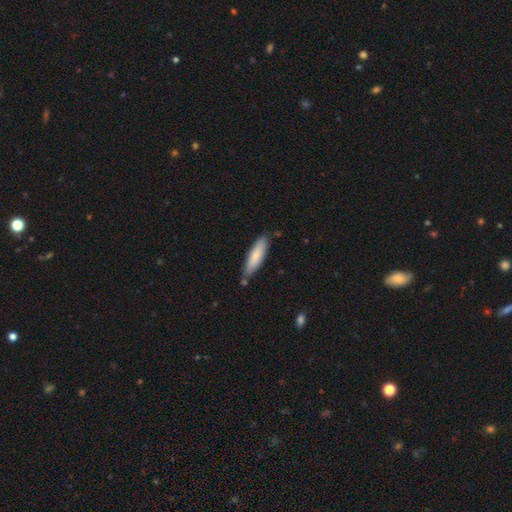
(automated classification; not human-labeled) The model was most divided on "how rounded": cigar-shaped: 67%, in between: 32%, round: 1%. More confident: smooth or featured — smooth (78%); merging — none (76%).